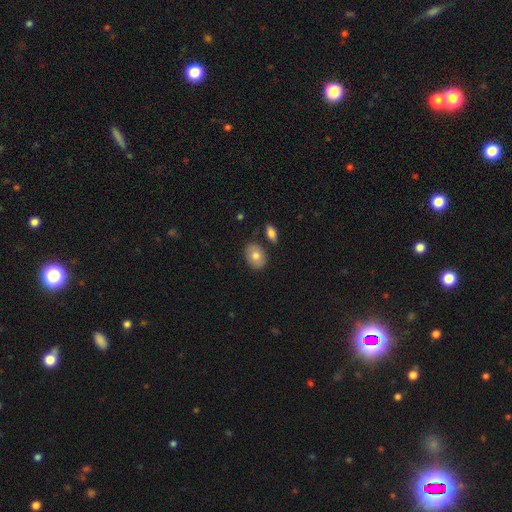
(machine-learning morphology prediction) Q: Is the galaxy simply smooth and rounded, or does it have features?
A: smooth — 79%.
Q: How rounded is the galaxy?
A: in between — 68%.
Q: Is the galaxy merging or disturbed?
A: none — 79%.